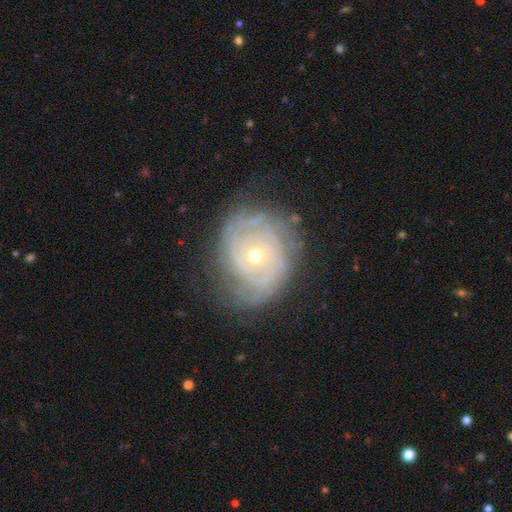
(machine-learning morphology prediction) smooth-or-featured: featured or disk: 84% | smooth: 9% | star or artifact: 7%
  disk-edge-on: no: 97% | yes: 3%
    bar: no: 82% | weak: 14% | strong: 4%
    has-spiral-arms: yes: 94% | no: 6%
      spiral-winding: tight: 81% | medium: 15% | loose: 4%
      spiral-arm-count: can't tell: 36% | 2: 20% | 3: 16% | 4: 12% | more than 4: 9% | 1: 6%
    bulge-size: small: 58% | moderate: 39% | large: 1% | dominant: 1% | none: 1%
  merging: none: 72% | minor disturbance: 19% | major disturbance: 8% | merger: 1%